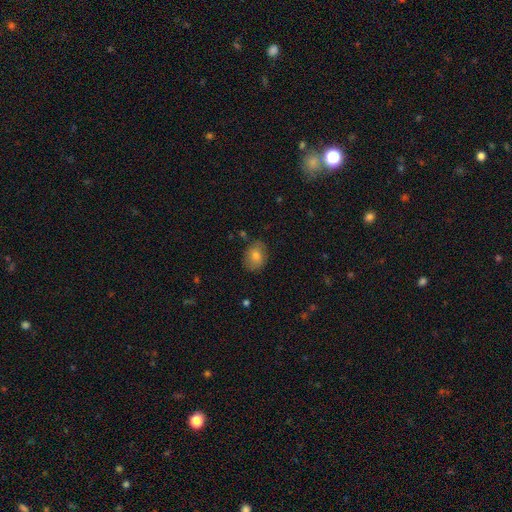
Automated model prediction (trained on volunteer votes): smooth-or-featured: smooth: 75% | featured or disk: 15% | star or artifact: 10%
  how-rounded: in between: 57% | round: 42% | cigar-shaped: 1%
  merging: none: 77% | minor disturbance: 17% | major disturbance: 3% | merger: 2%